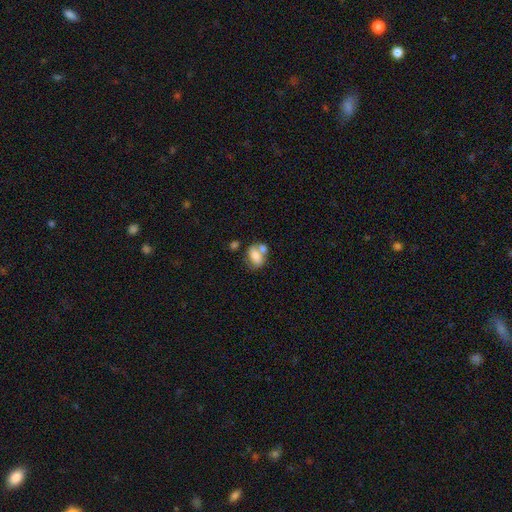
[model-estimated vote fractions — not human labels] Smooth or featured? Predicted: smooth (p=0.74). How rounded? Predicted: in between (p=0.82). Merging? Predicted: merger (p=0.43).